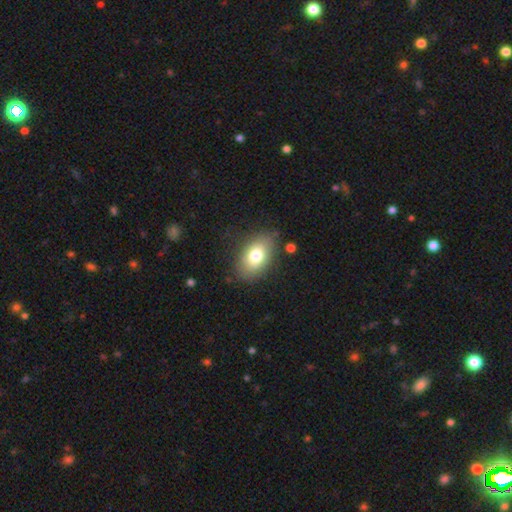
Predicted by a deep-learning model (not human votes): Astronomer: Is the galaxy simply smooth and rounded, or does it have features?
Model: smooth — 74%.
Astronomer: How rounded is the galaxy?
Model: in between — 88%.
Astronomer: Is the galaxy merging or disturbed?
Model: none — 81%.